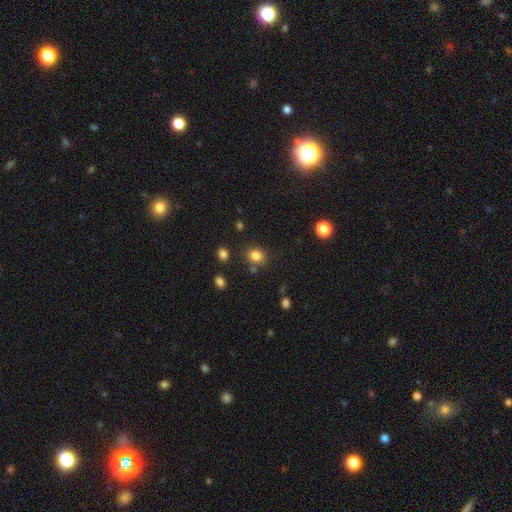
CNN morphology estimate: type=smooth (82%); roundness=round (68%); merging=none (79%).